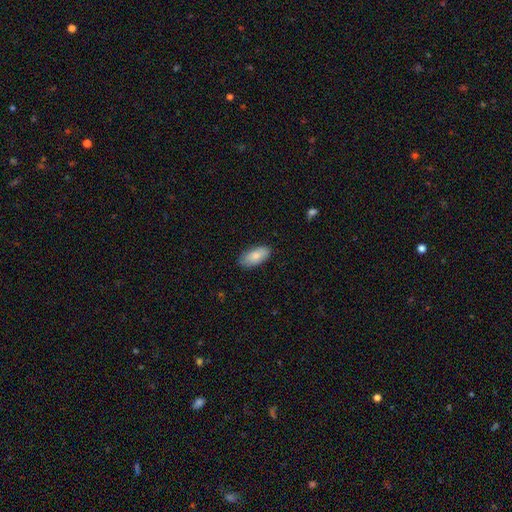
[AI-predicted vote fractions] Morphology: type=smooth (84%); roundness=in between (91%); merging=none (84%).